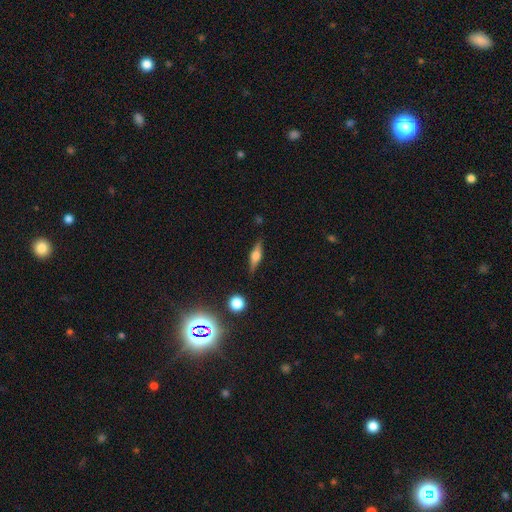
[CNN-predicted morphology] featured or disk 61%, smooth 31%, star or artifact 8%. Down the decision tree: edge-on disk — yes (95%); edge-on bulge — rounded (87%); merging — none (86%).